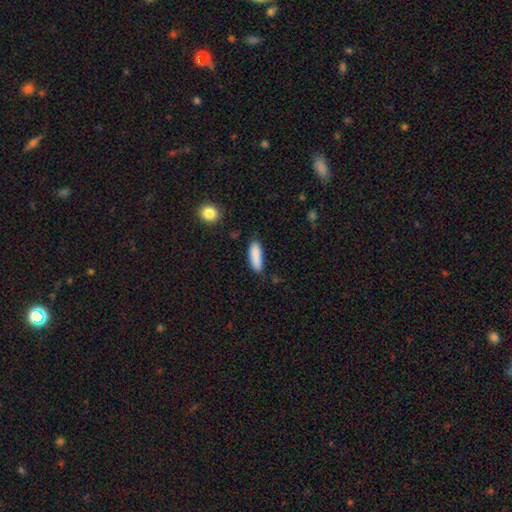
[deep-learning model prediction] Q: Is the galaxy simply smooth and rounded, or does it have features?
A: smooth — 88%.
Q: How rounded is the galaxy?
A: in between — 49%, tied with cigar-shaped.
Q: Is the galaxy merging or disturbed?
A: none — 79%.